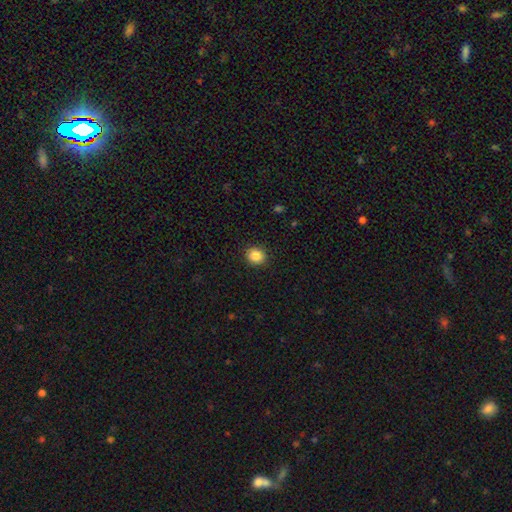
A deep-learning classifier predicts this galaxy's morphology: This appears to be a smooth galaxy with no disk features (87%) that is round (80%). Merging: none (91%).